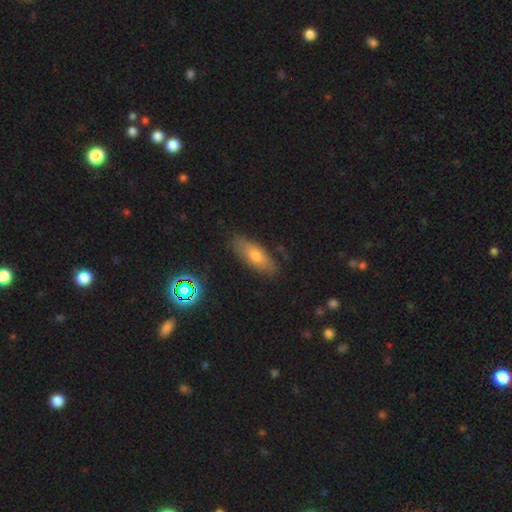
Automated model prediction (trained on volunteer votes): Overall: smooth (63%; featured or disk 26%). How rounded: in between (67%; cigar-shaped 29%). Merging: none (82%).